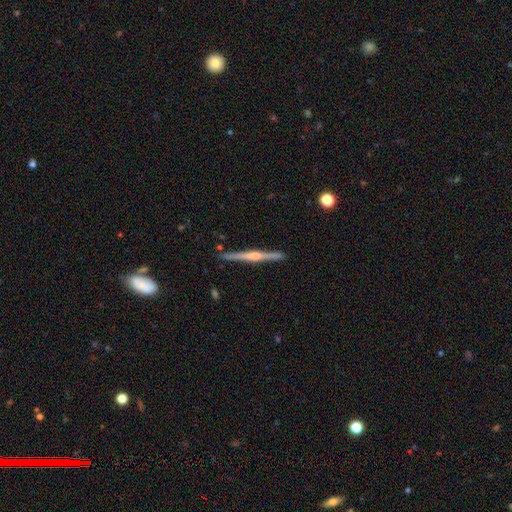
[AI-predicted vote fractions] smooth-or-featured: featured or disk: 83% | smooth: 12% | star or artifact: 5%
  disk-edge-on: yes: 99% | no: 1%
    edge-on-bulge: rounded: 89% | none: 7% | boxy: 4%
  merging: none: 92% | minor disturbance: 6% | merger: 1% | major disturbance: 1%